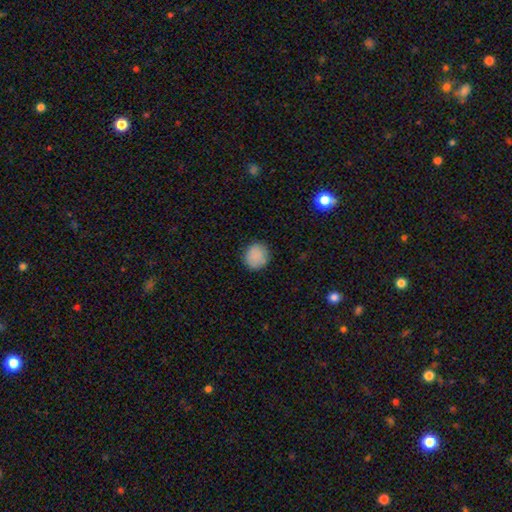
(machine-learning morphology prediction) Smooth or featured?
  - smooth: 88% *
  - star or artifact: 9%
  - featured or disk: 4%
How rounded?
  - round: 87% *
  - in between: 13%
  - cigar-shaped: 1%
Merging?
  - none: 87% *
  - minor disturbance: 9%
  - major disturbance: 2%
  - merger: 1%